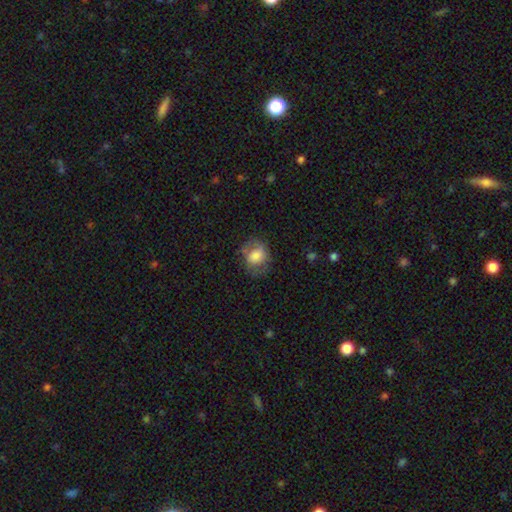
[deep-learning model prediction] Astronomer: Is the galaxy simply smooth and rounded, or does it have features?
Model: smooth — 64%.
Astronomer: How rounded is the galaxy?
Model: round — 52% (runner-up: in between, 47%).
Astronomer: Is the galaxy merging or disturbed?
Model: none — 60%.